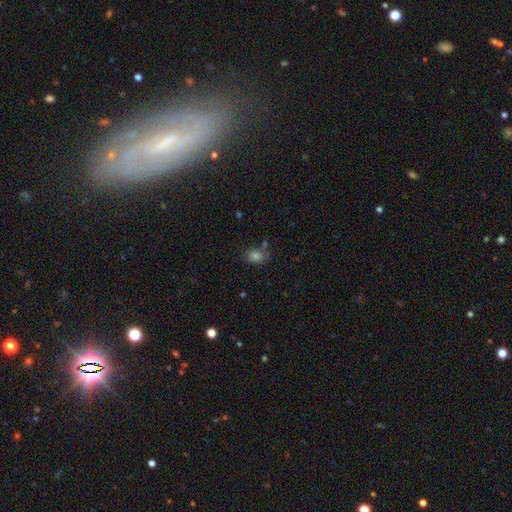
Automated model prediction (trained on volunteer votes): Smooth or featured?
  - smooth: 78% *
  - star or artifact: 15%
  - featured or disk: 7%
How rounded?
  - in between: 64% *
  - round: 34%
  - cigar-shaped: 1%
Merging?
  - none: 70% *
  - minor disturbance: 16%
  - merger: 10%
  - major disturbance: 4%